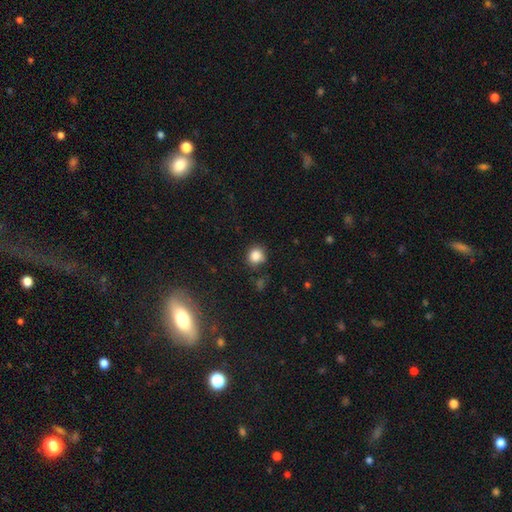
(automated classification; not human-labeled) Smooth or featured: smooth — 85% (star or artifact — 11%)
How rounded: round — 88% (in between — 11%)
Merging: none — 81% (minor disturbance — 13%)